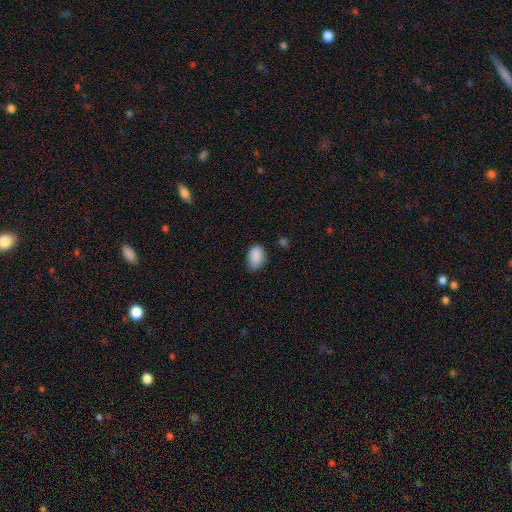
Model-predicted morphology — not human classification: smooth-or-featured: smooth: 88% | star or artifact: 8% | featured or disk: 4%
  how-rounded: in between: 86% | round: 13% | cigar-shaped: 1%
  merging: none: 68% | minor disturbance: 26% | major disturbance: 4% | merger: 2%